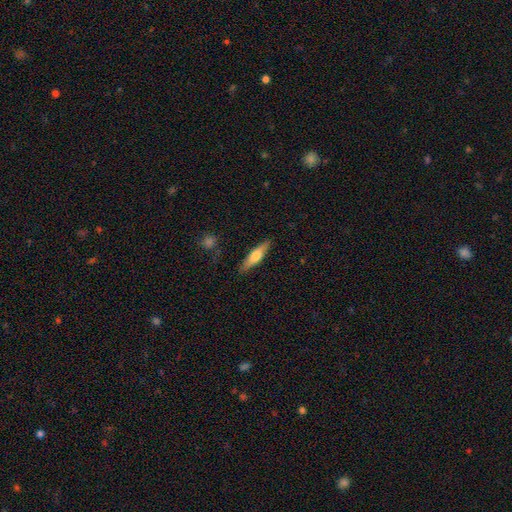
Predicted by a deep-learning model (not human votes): Smooth or featured? Predicted: smooth (p=0.57). How rounded? Predicted: cigar-shaped (p=0.75). Merging? Predicted: none (p=0.87).